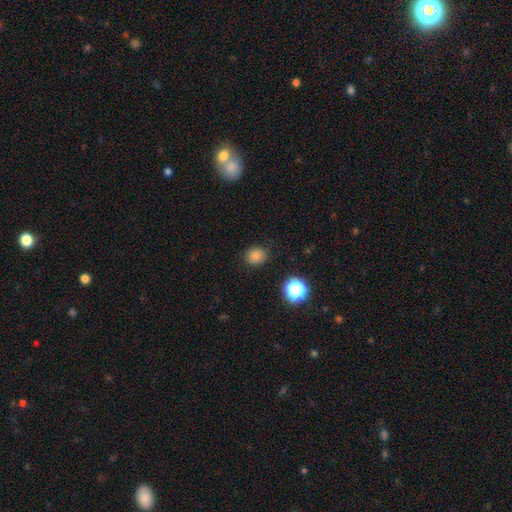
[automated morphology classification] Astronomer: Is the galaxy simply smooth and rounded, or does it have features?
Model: smooth — 81%.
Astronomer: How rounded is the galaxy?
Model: round — 77%.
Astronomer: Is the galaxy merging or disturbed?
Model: none — 84%.